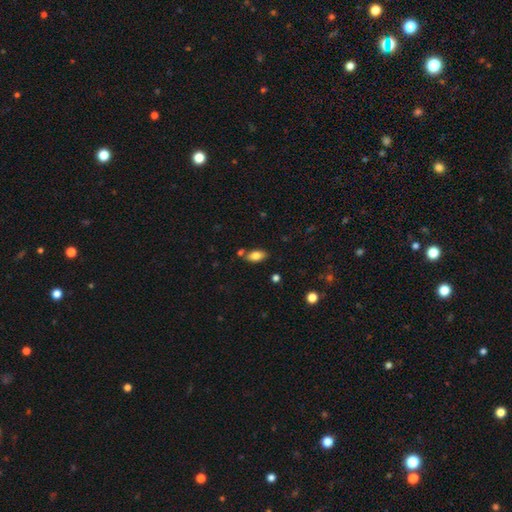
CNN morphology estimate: Overall: smooth (81%). How rounded: in between (92%). Merging: none (74%).